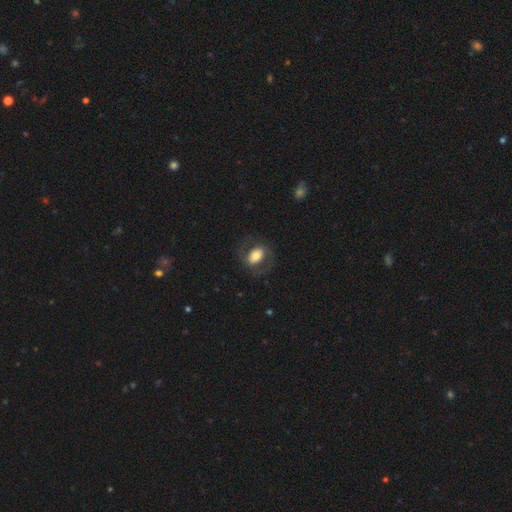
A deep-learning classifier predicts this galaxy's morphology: type=smooth (55%); roundness=in between (75%); merging=none (71%).